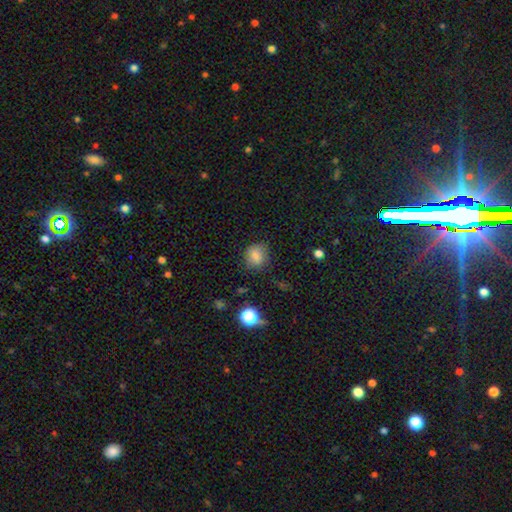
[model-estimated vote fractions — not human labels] This is clearly a smooth galaxy (81%). How rounded: likely round (73%). Merging: likely none (77%).